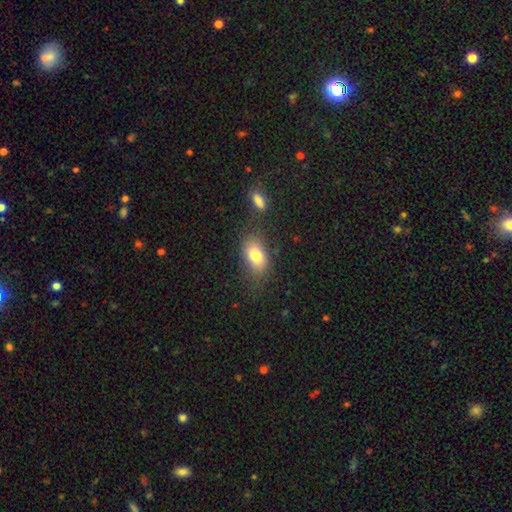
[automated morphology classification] Smooth or featured? Predicted: smooth (p=0.78). How rounded? Predicted: in between (p=0.84). Merging? Predicted: none (p=0.70).